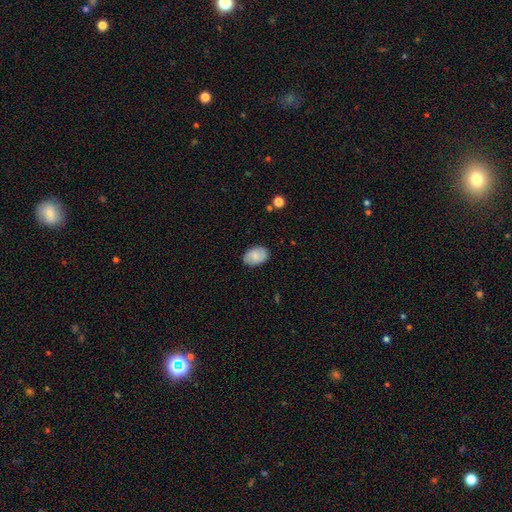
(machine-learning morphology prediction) Smooth or featured? smooth (83%)
How rounded? in between (88%)
Merging? none (85%)